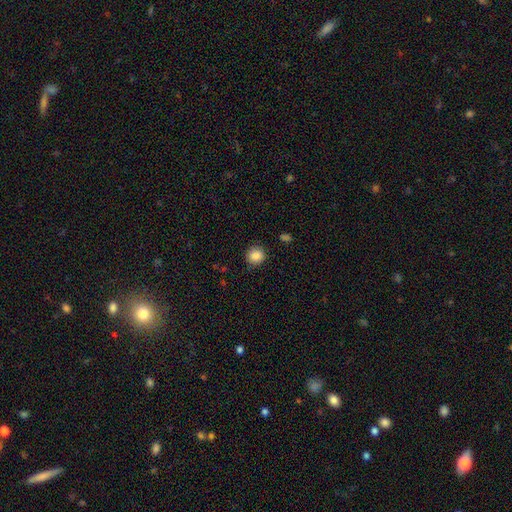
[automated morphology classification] The model was most divided on "smooth or featured": smooth: 86%, star or artifact: 10%, featured or disk: 4%. More confident: how rounded — round (90%); merging — none (88%).